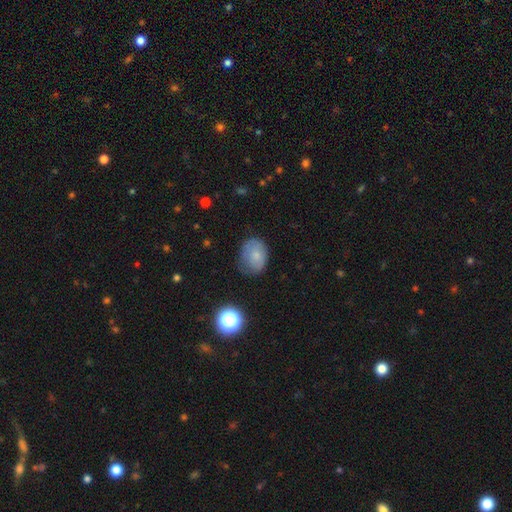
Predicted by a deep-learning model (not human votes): This is likely a smooth galaxy (74%). How rounded: possibly in between (60%). Merging: possibly none (57%).